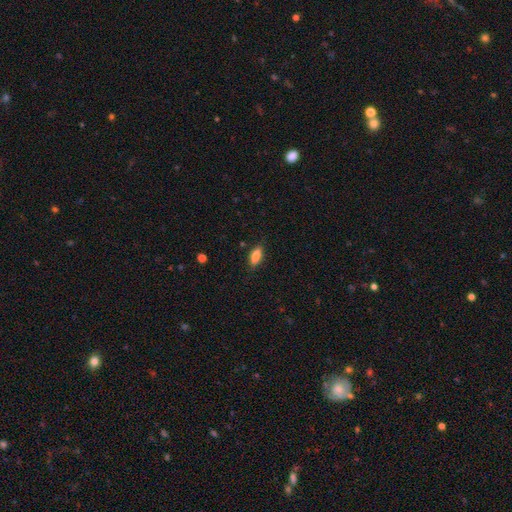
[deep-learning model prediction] Smooth or featured? Predicted: smooth (p=0.80). How rounded? Predicted: in between (p=0.77). Merging? Predicted: none (p=0.83).